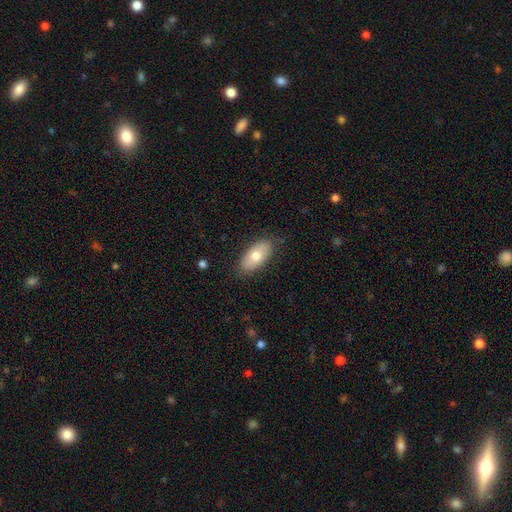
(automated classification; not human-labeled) Smooth or featured?
  - smooth: 71% *
  - featured or disk: 22%
  - star or artifact: 6%
How rounded?
  - in between: 91% *
  - cigar-shaped: 5%
  - round: 3%
Merging?
  - none: 82% *
  - minor disturbance: 14%
  - major disturbance: 3%
  - merger: 1%